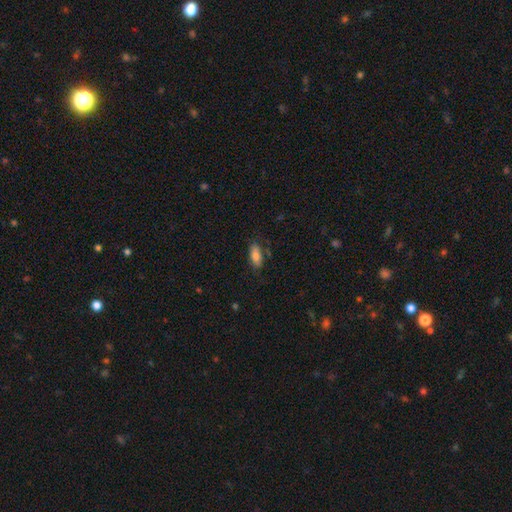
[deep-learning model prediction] Overall: smooth (80%). How rounded: in between (82%). Merging: none (76%).